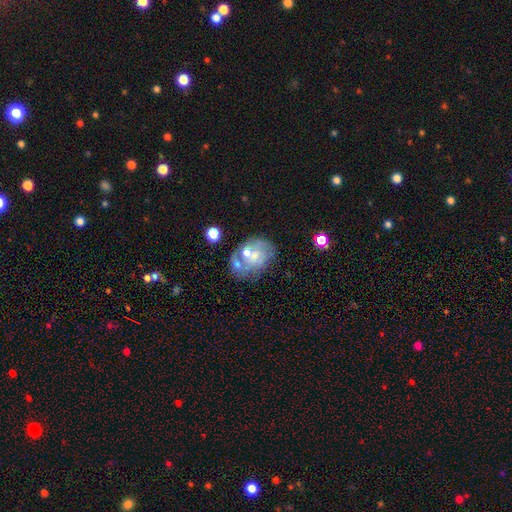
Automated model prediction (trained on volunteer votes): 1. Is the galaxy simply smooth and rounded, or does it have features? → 58% featured or disk, 32% smooth, 10% star or artifact.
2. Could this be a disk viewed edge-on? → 97% no, 3% yes.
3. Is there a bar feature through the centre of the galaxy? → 79% no, 17% weak, 4% strong.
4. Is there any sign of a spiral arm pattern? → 59% no, 41% yes.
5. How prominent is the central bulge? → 44% moderate, 37% small, 13% none, 5% large, 2% dominant.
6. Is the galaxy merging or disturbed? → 39% none, 25% merger, 19% minor disturbance, 16% major disturbance.